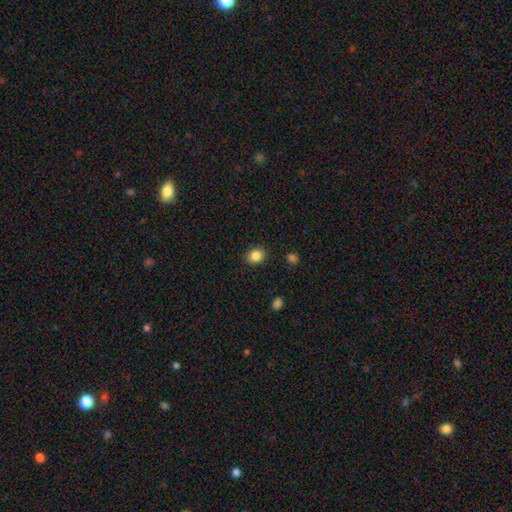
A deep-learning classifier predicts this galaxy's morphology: Overall: smooth (86%). How rounded: round (57%; in between 43%). Merging: none (88%).